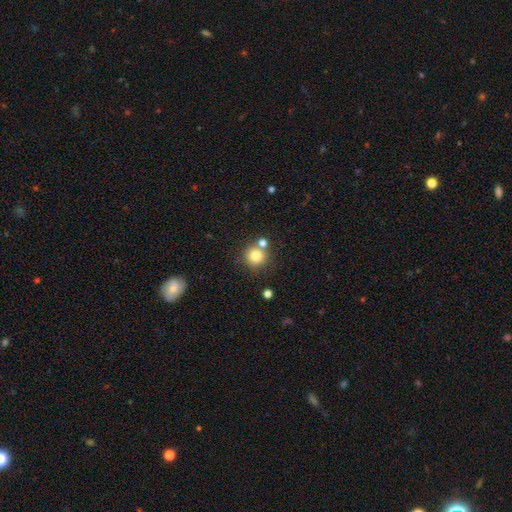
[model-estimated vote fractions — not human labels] smooth 79%, star or artifact 12%, featured or disk 8%. Down the decision tree: how rounded — round (93%); merging — none (71%).